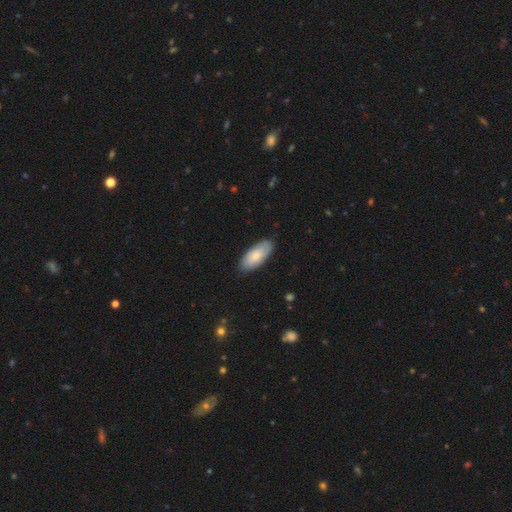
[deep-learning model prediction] Overall: smooth (77%). How rounded: in between (87%). Merging: none (85%).